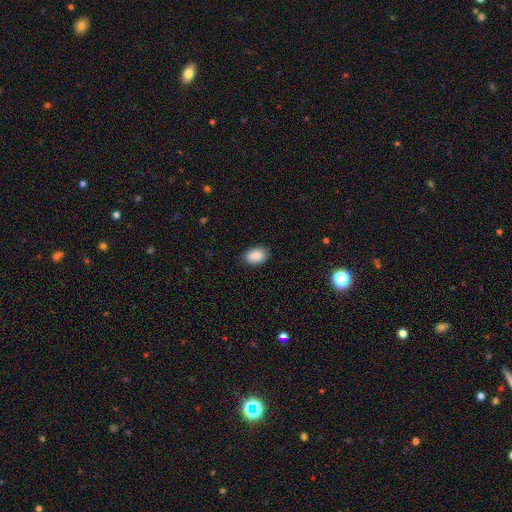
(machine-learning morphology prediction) smooth 89%, star or artifact 7%, featured or disk 4%. Down the decision tree: how rounded — in between (88%); merging — none (87%).